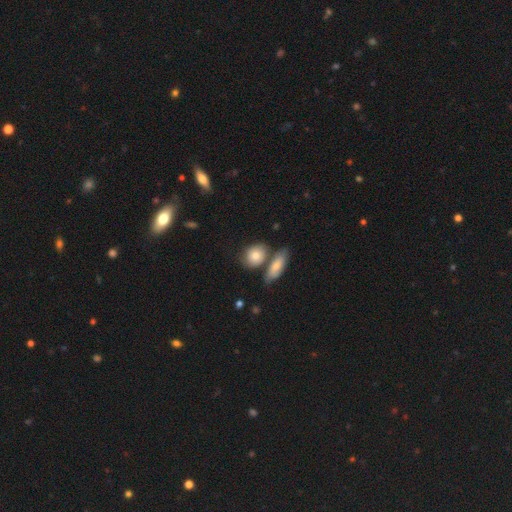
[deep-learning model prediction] A smooth galaxy with no disk features (76%) that is round (49%).

Vote fractions:
- Smooth or featured? smooth: 76% / featured or disk: 17% / star or artifact: 7%
- How rounded? round: 49% / in between: 47% / cigar-shaped: 4%
- Merging? none: 53% / merger: 28% / minor disturbance: 14% / major disturbance: 4%